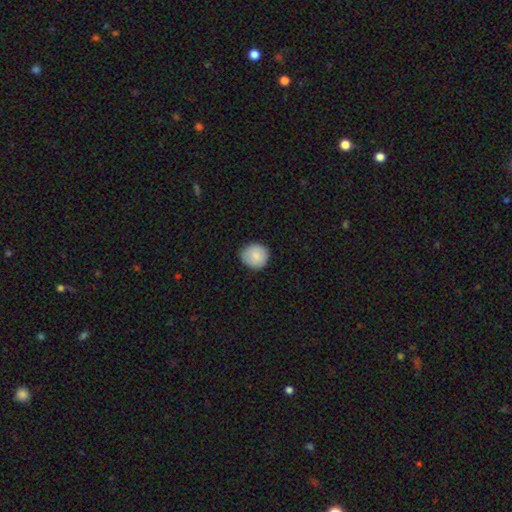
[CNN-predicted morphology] This is clearly a smooth galaxy (85%). How rounded: clearly round (89%). Merging: clearly none (84%).